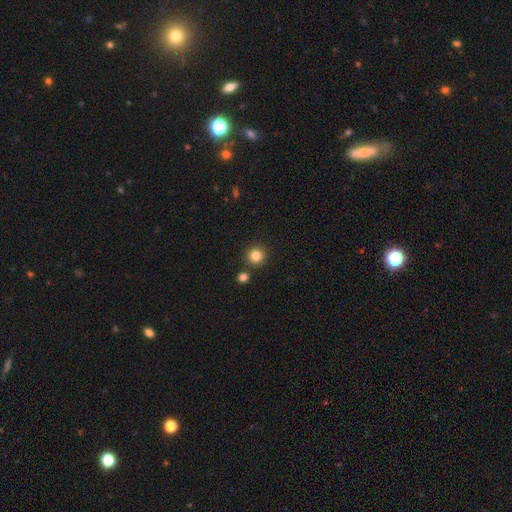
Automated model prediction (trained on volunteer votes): This appears to be a smooth galaxy with no disk features (84%) that is round (94%). Merging: none (84%).